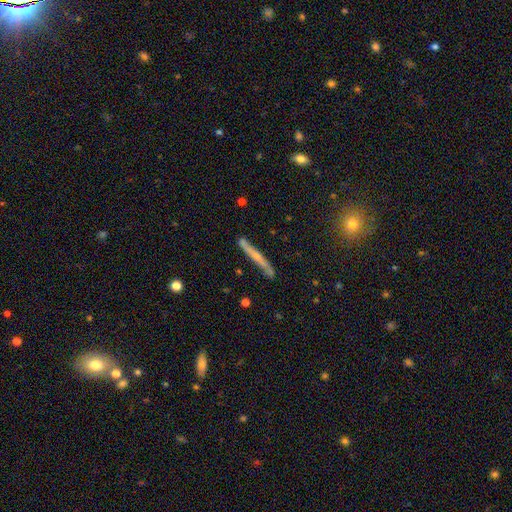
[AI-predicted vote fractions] Morphology: type=featured or disk (55%); edge-on=yes (89%); merging=none (78%).